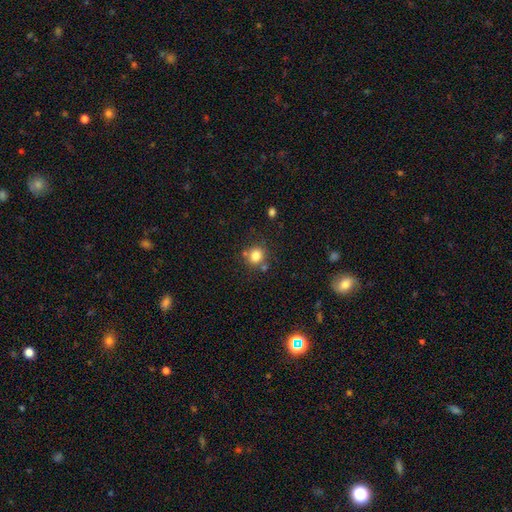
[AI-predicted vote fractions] Overall: smooth (81%). How rounded: round (85%). Merging: none (73%).